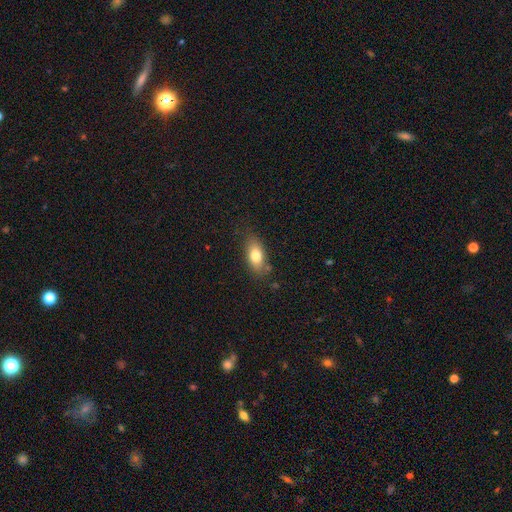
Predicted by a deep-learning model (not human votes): smooth 77%, featured or disk 15%, star or artifact 8%. Down the decision tree: how rounded — in between (84%); merging — none (76%).